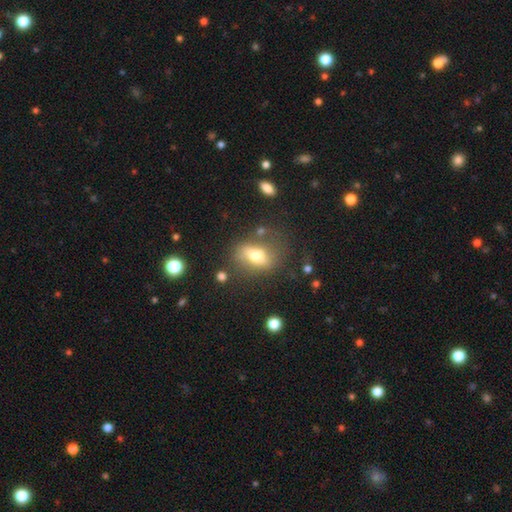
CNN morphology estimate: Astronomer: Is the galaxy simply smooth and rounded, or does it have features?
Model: smooth — 59%.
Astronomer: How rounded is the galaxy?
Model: in between — 75%.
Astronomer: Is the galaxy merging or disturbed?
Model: none — 53%.